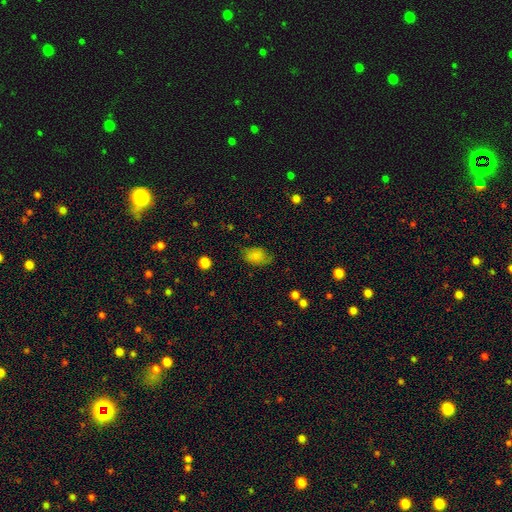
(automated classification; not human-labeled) The model was most divided on "merging": none: 62%, minor disturbance: 27%, major disturbance: 9%, merger: 2%. More confident: how rounded — in between (81%); smooth or featured — smooth (80%).